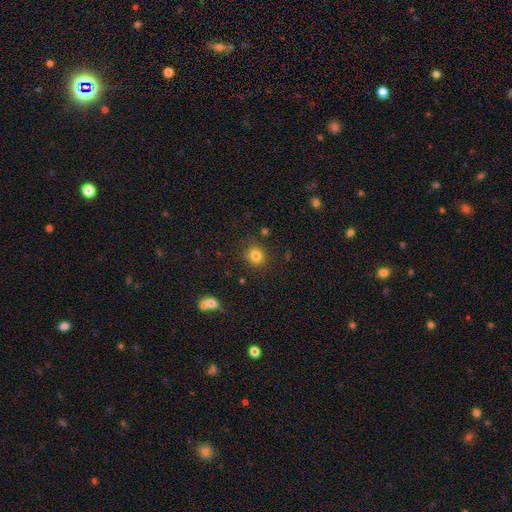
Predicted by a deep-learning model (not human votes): Overall: smooth (82%). How rounded: round (84%). Merging: none (84%).